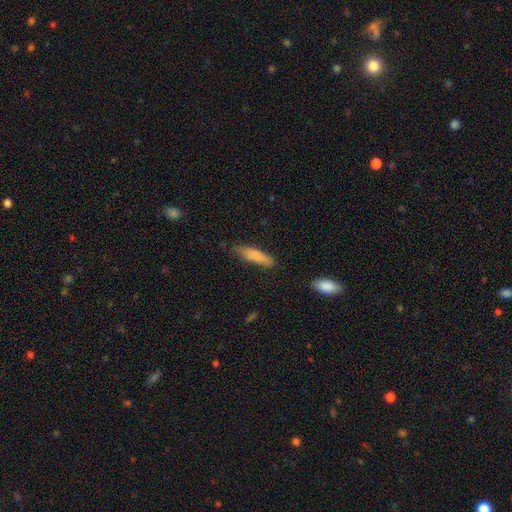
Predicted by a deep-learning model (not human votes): A smooth galaxy with no disk features (82%) that is cigar-shaped (74%).

Vote fractions:
- Smooth or featured? smooth: 82% / featured or disk: 12% / star or artifact: 6%
- How rounded? cigar-shaped: 74% / in between: 25% / round: 1%
- Merging? none: 76% / minor disturbance: 19% / major disturbance: 3% / merger: 2%